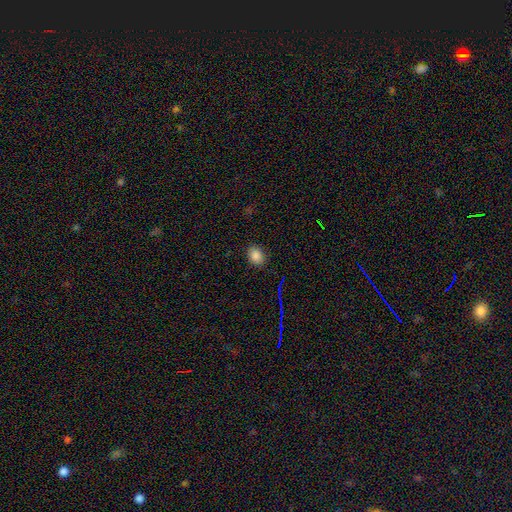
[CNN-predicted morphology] type=smooth (84%); roundness=in between (60%); merging=none (88%).